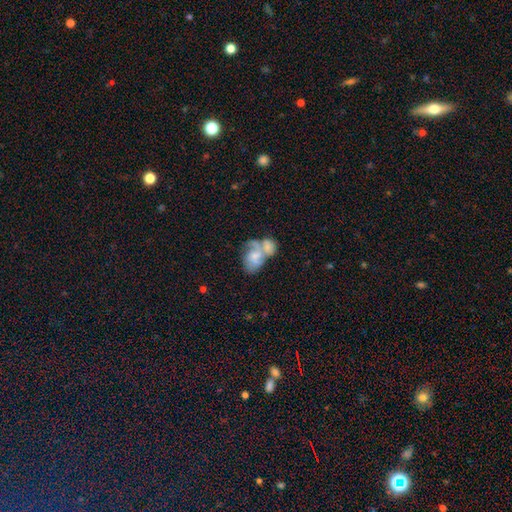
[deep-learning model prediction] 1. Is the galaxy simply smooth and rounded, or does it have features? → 56% featured or disk, 37% smooth, 7% star or artifact.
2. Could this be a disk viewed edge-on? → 97% no, 3% yes.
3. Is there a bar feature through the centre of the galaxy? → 70% no, 25% weak, 5% strong.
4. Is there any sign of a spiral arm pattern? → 71% yes, 29% no.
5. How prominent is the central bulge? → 40% small, 36% moderate, 16% none, 6% large, 2% dominant.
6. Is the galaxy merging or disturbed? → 67% merger, 14% none, 10% major disturbance, 9% minor disturbance.